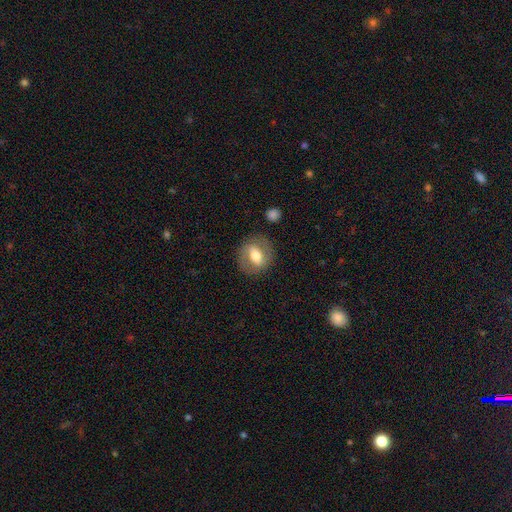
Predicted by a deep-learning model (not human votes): A featured or disk galaxy (47%). Merging: none (81%).